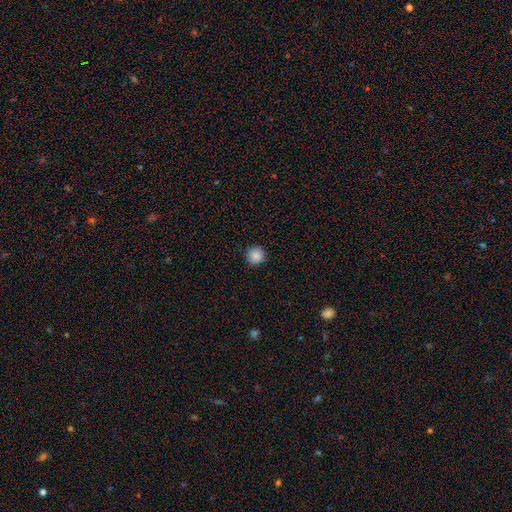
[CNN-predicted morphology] smooth_or_featured: smooth (p=0.88) [alt: star or artifact p=0.10]
how_rounded: round (p=0.94) [alt: in between p=0.05]
merging: none (p=0.91) [alt: minor disturbance p=0.06]